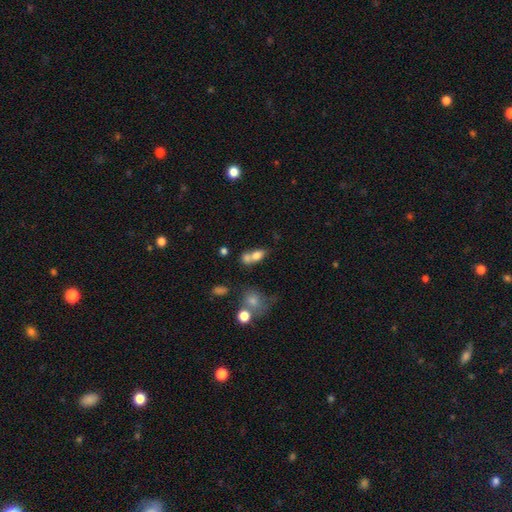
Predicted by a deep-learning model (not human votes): This appears to be a smooth galaxy with no disk features (73%) that is in between round and cigar-shaped (74%). Merging: merger (56%).